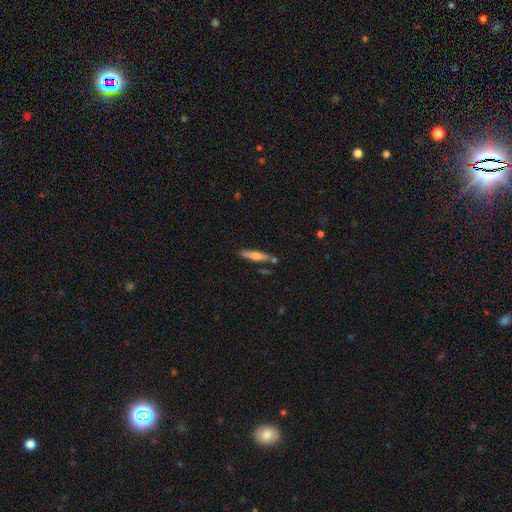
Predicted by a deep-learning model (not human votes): A smooth galaxy with no disk features (49%).

Vote fractions:
- Smooth or featured? smooth: 49% / featured or disk: 45% / star or artifact: 6%
- Merging? none: 78% / minor disturbance: 12% / merger: 8% / major disturbance: 3%